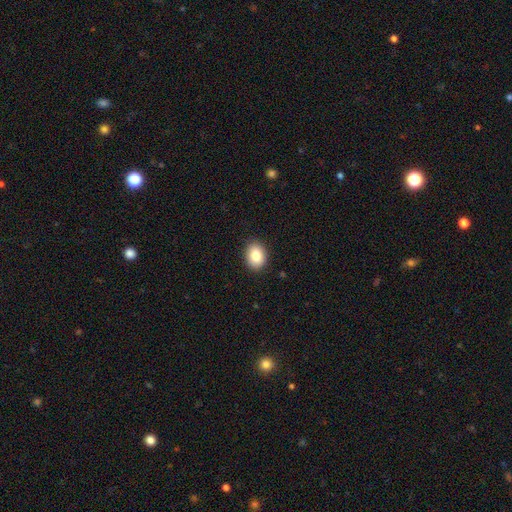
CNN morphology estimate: Overall: smooth (85%). How rounded: in between (63%; round 37%). Merging: none (89%).